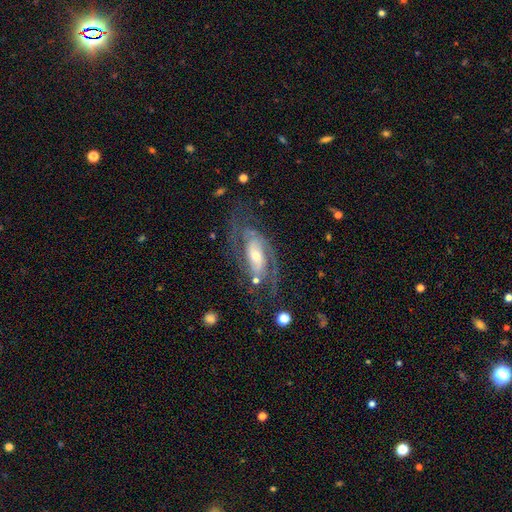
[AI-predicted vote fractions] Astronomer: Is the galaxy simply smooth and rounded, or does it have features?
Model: featured or disk — 85%.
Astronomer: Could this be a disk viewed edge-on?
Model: no — 93%.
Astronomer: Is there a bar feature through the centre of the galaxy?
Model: no — 46% (runner-up: weak, 36%).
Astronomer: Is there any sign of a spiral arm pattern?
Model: yes — 93%.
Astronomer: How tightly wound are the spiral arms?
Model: medium — 46% (runner-up: tight, 38%).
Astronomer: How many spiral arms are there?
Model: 2 — 58%.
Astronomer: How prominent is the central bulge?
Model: moderate — 49% (runner-up: small, 42%).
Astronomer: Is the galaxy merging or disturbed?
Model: none — 62%.